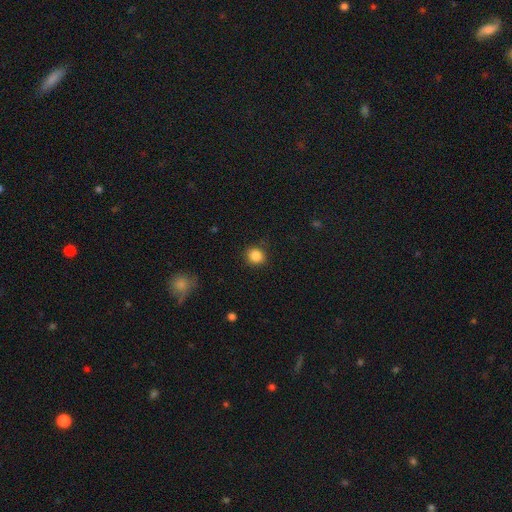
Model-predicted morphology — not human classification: This appears to be a smooth galaxy with no disk features (86%) that is round (85%). Merging: none (87%).